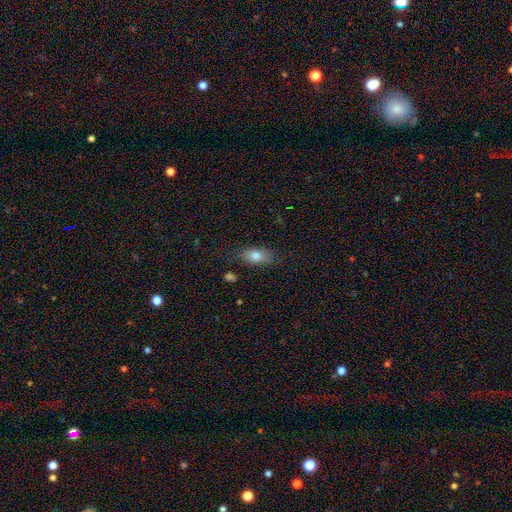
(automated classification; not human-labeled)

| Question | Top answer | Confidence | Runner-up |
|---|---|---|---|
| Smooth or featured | smooth | 78% | featured or disk (14%) |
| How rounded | in between | 85% | cigar-shaped (9%) |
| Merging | none | 77% | minor disturbance (17%) |